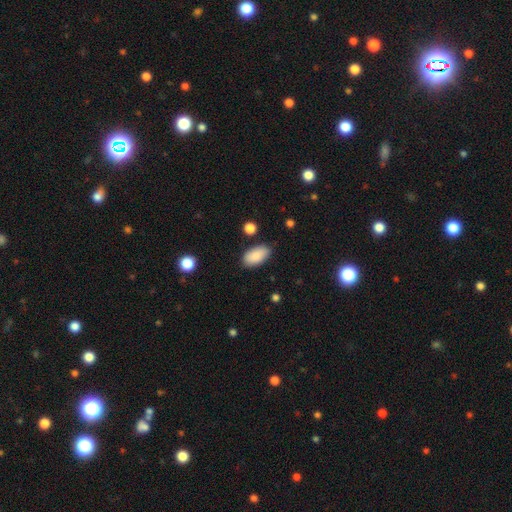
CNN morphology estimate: smooth 87%, star or artifact 7%, featured or disk 6%. Down the decision tree: how rounded — in between (94%); merging — none (82%).